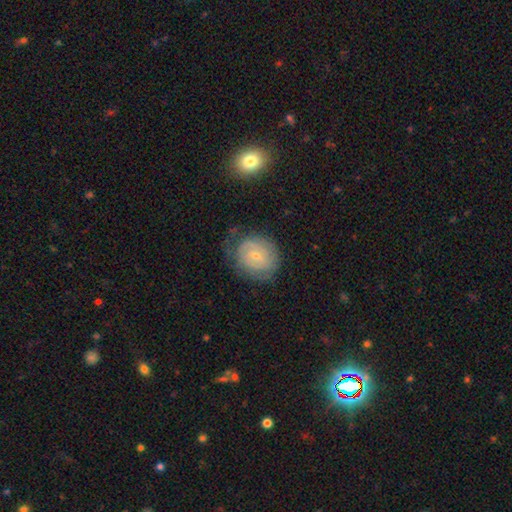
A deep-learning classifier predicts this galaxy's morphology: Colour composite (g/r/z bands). It shows a featured or disk galaxy (59%) with no bar (58%), spiral arms (77%) and a small central bulge (70%). Merging: none (65%).